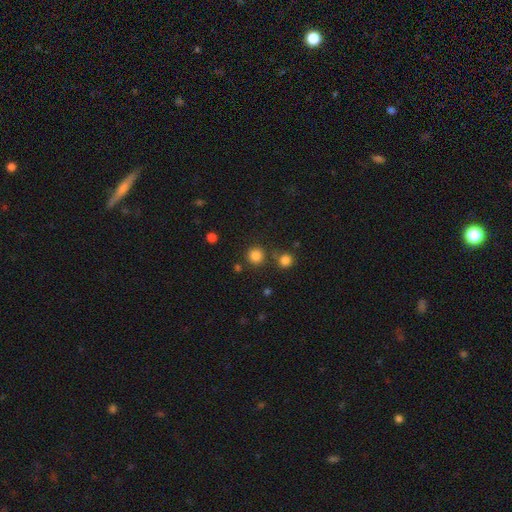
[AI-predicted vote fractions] This appears to be a smooth galaxy with no disk features (83%) that is round (93%). Merging: none (82%).